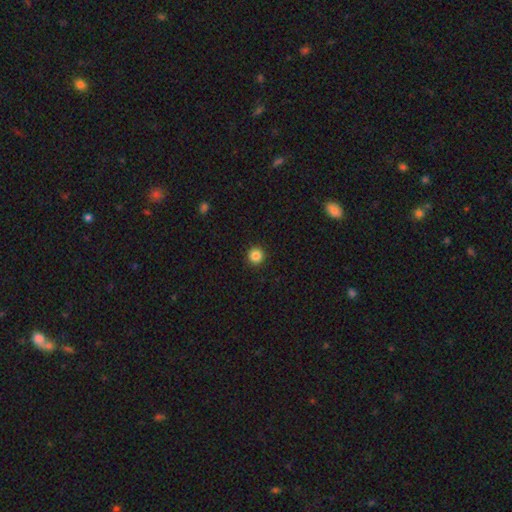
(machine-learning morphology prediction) smooth_or_featured: smooth (p=0.86) [alt: star or artifact p=0.11]
how_rounded: round (p=0.96) [alt: in between p=0.03]
merging: none (p=0.93) [alt: minor disturbance p=0.04]